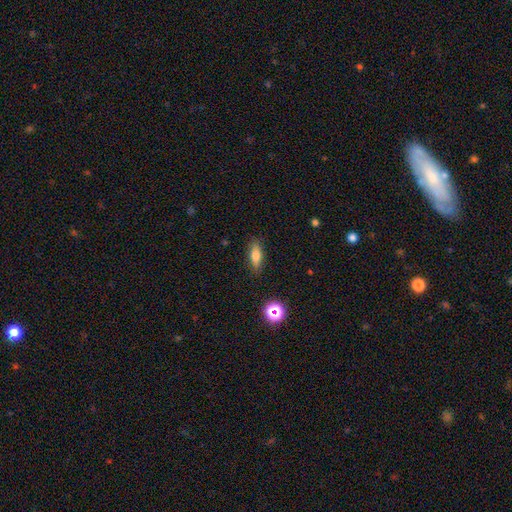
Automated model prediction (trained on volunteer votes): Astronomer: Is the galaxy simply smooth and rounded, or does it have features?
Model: smooth — 69%.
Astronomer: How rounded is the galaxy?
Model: in between — 55% (runner-up: cigar-shaped, 40%).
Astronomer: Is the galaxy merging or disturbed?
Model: none — 87%.